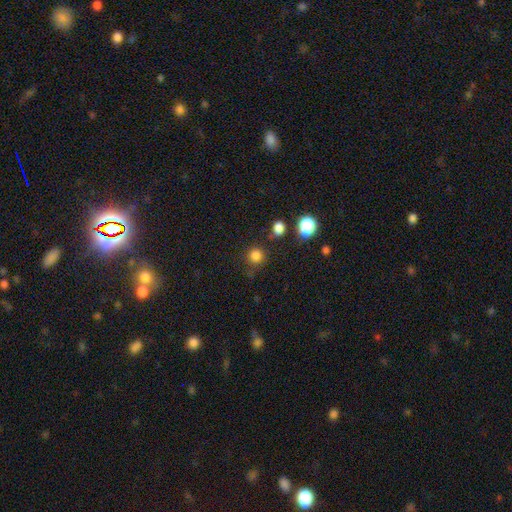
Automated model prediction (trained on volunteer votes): This appears to be a smooth galaxy with no disk features (82%) that is round (93%). Merging: none (80%).